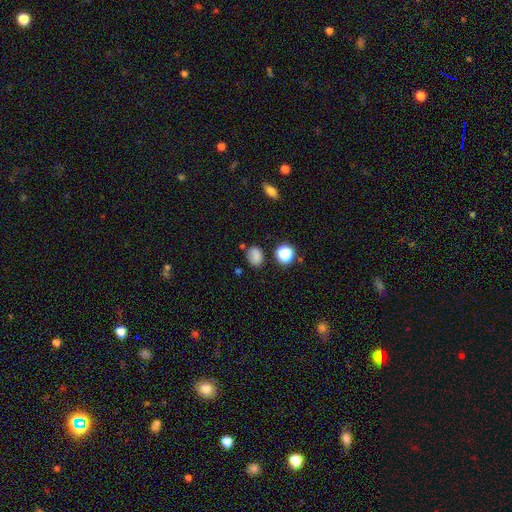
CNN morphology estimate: A smooth galaxy with no disk features (78%) that is in between round and cigar-shaped (59%). Merging: none (70%).